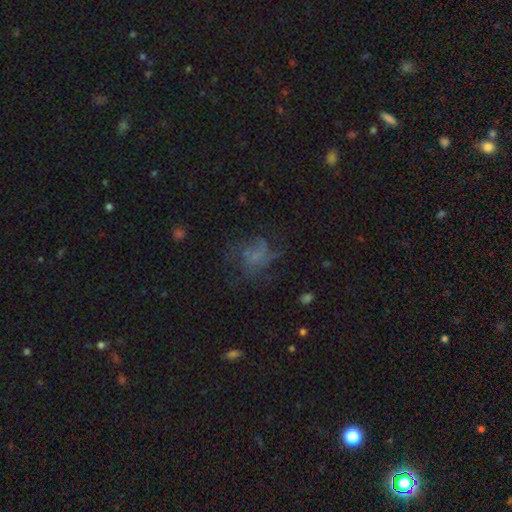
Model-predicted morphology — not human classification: smooth-or-featured: featured or disk: 45% | smooth: 34% | star or artifact: 21%
  merging: none: 46% | major disturbance: 32% | minor disturbance: 19% | merger: 2%